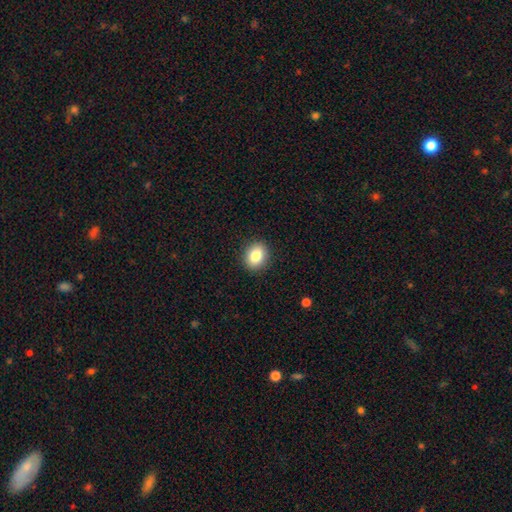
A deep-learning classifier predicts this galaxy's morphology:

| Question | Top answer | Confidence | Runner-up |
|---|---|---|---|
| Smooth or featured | smooth | 84% | star or artifact (9%) |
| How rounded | round | 57% | in between (42%) |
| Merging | none | 91% | minor disturbance (6%) |